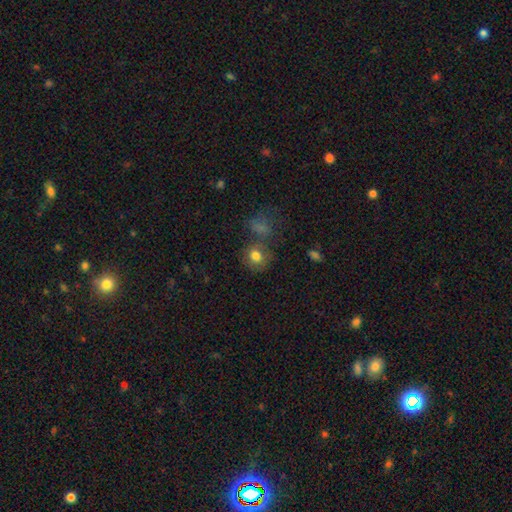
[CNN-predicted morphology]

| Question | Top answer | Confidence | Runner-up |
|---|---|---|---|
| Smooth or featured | smooth | 79% | featured or disk (11%) |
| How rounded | round | 78% | in between (21%) |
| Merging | none | 61% | merger (17%) |